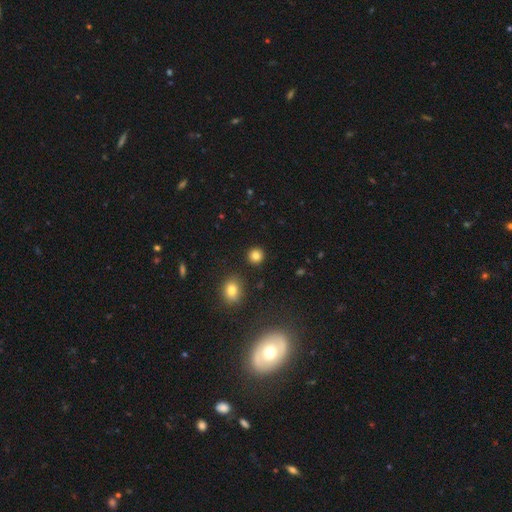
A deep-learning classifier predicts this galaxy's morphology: smooth_or_featured: smooth (p=0.82) [alt: star or artifact p=0.12]
how_rounded: round (p=0.92) [alt: in between p=0.07]
merging: none (p=0.91) [alt: minor disturbance p=0.05]